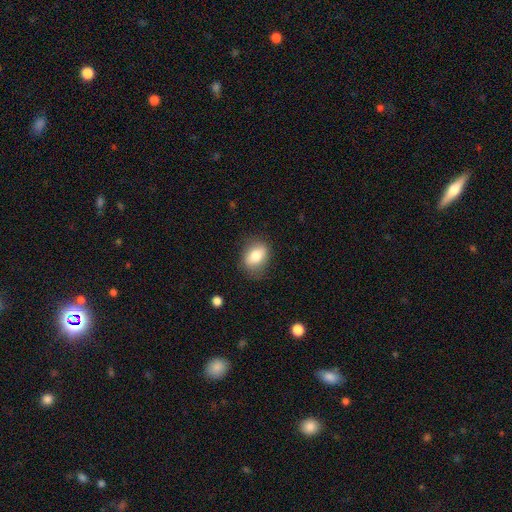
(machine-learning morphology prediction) smooth-or-featured: smooth: 78% | featured or disk: 14% | star or artifact: 8%
  how-rounded: in between: 72% | round: 26% | cigar-shaped: 2%
  merging: none: 76% | minor disturbance: 18% | major disturbance: 5% | merger: 1%